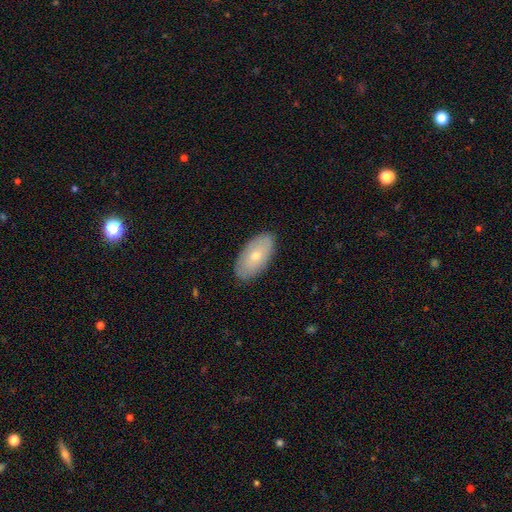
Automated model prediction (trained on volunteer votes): smooth_or_featured: smooth (p=0.57) [alt: featured or disk p=0.36]
how_rounded: in between (p=0.94) [alt: round p=0.04]
merging: none (p=0.87) [alt: minor disturbance p=0.10]